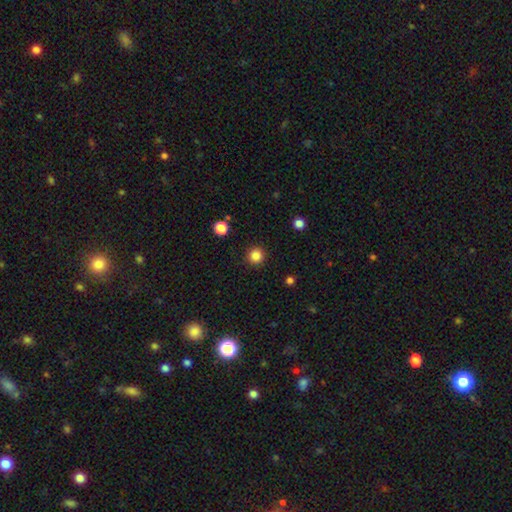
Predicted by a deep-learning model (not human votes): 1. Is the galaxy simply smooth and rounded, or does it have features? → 85% smooth, 12% star or artifact, 4% featured or disk.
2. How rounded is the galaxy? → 95% round, 4% in between, 1% cigar-shaped.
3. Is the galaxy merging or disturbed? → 92% none, 5% minor disturbance, 2% major disturbance, 1% merger.